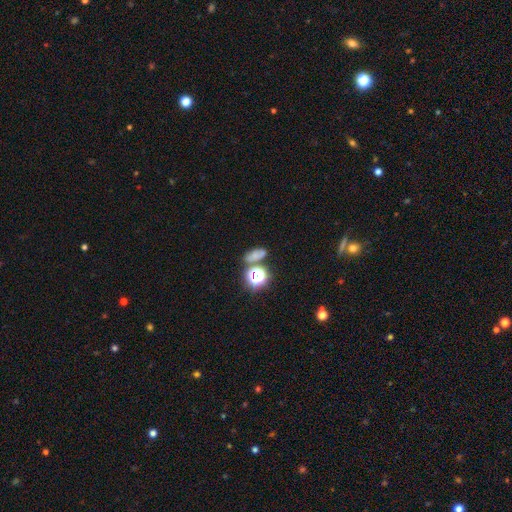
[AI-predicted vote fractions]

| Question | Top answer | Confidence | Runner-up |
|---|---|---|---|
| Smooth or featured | smooth | 48% | star or artifact (36%) |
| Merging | none | 55% | merger (22%) |